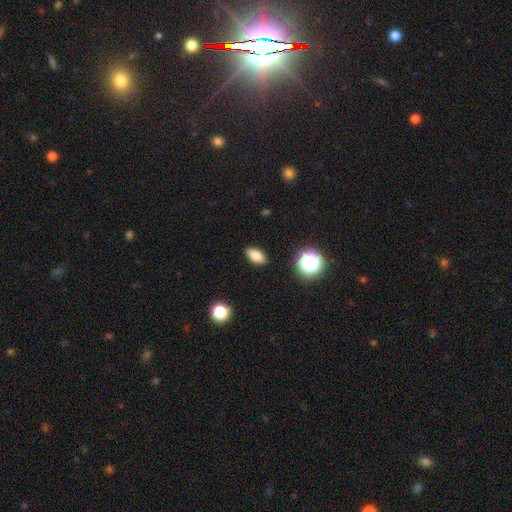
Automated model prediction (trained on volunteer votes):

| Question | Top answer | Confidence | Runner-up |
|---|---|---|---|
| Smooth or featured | smooth | 80% | star or artifact (11%) |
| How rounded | in between | 86% | round (8%) |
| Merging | none | 90% | minor disturbance (7%) |